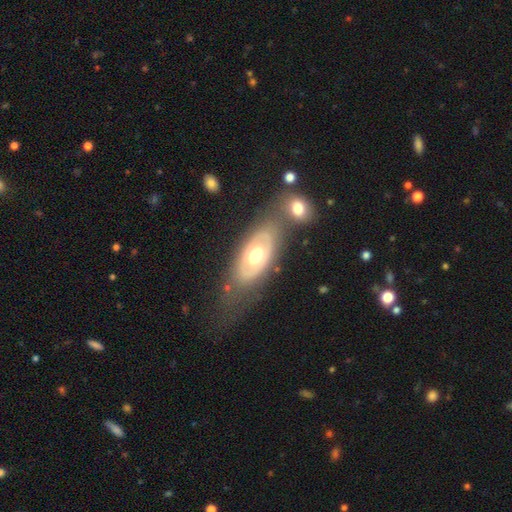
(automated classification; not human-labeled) smooth_or_featured: featured or disk (p=0.60) [alt: smooth p=0.34]
disk_edge_on: no (p=0.88) [alt: yes p=0.12]
bar: no (p=0.87) [alt: weak p=0.09]
has_spiral_arms: no (p=0.80) [alt: yes p=0.20]
bulge_size: moderate (p=0.66) [alt: large p=0.26]
merging: none (p=0.58) [alt: minor disturbance p=0.16]